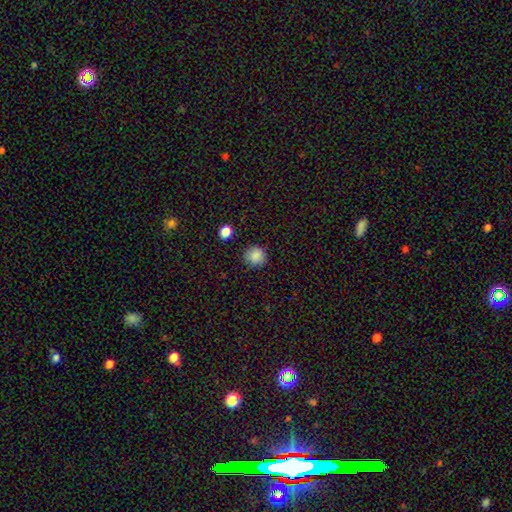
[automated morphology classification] Q: Smooth or featured?
A: smooth (86%); runner-up: star or artifact (10%)
Q: How rounded?
A: round (92%); runner-up: in between (7%)
Q: Merging?
A: none (87%); runner-up: minor disturbance (9%)